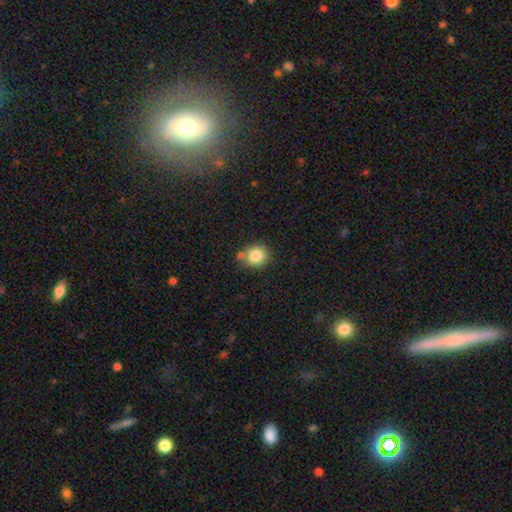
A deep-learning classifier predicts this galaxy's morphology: Smooth or featured: smooth — 83% (star or artifact — 10%)
How rounded: round — 83% (in between — 16%)
Merging: none — 65% (minor disturbance — 16%)